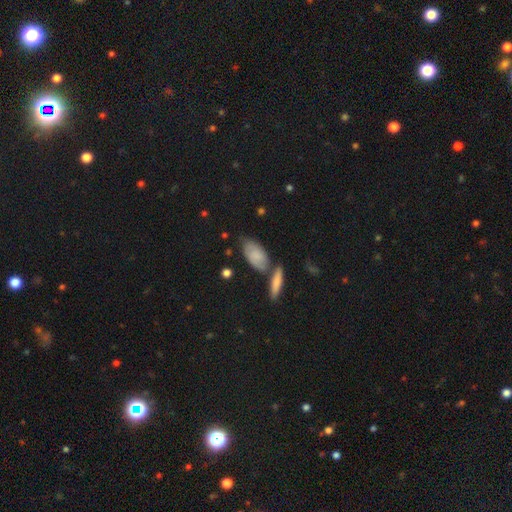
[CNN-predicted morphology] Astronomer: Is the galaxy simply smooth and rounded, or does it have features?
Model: smooth — 66%.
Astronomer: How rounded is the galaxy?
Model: in between — 89%.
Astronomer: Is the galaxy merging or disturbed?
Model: none — 57%.